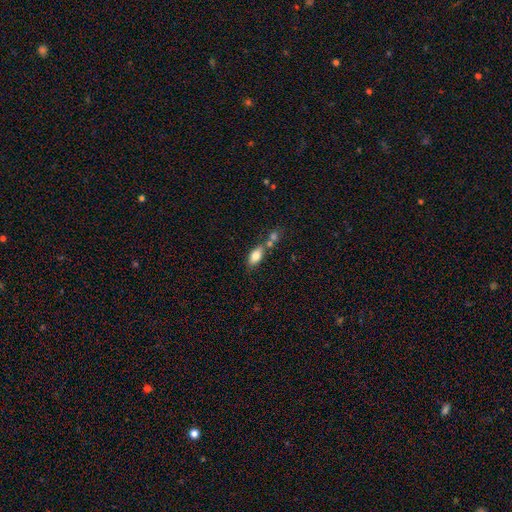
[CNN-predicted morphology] Smooth or featured? Predicted: smooth (p=0.79). How rounded? Predicted: in between (p=0.87). Merging? Predicted: none (p=0.50).